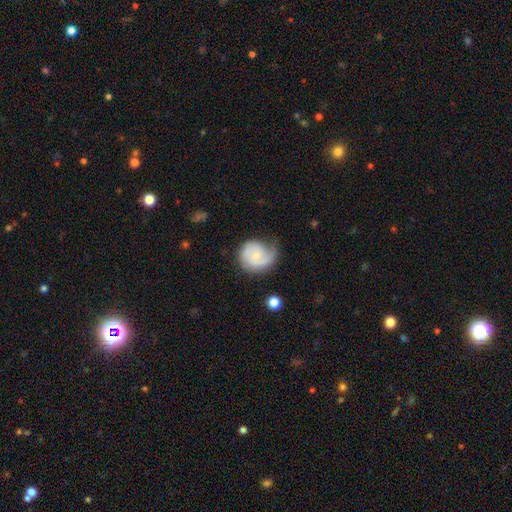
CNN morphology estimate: smooth_or_featured: featured or disk (p=0.59) [alt: smooth p=0.34]
disk_edge_on: no (p=0.98) [alt: yes p=0.02]
bar: no (p=0.76) [alt: weak p=0.21]
has_spiral_arms: yes (p=0.85) [alt: no p=0.15]
bulge_size: small (p=0.63) [alt: moderate p=0.32]
merging: none (p=0.46) [alt: minor disturbance p=0.32]